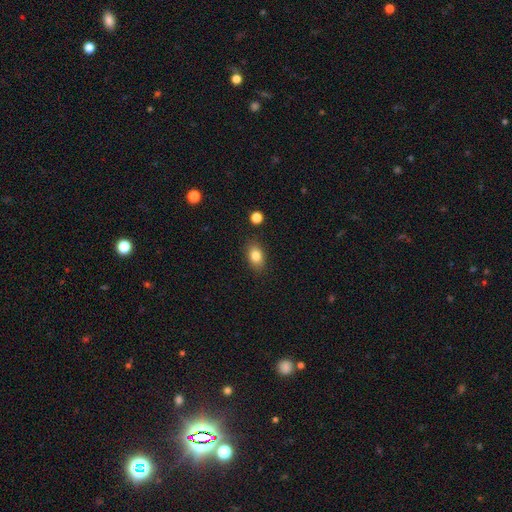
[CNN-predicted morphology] A smooth galaxy with no disk features (82%) that is in between round and cigar-shaped (82%). Merging: none (86%).